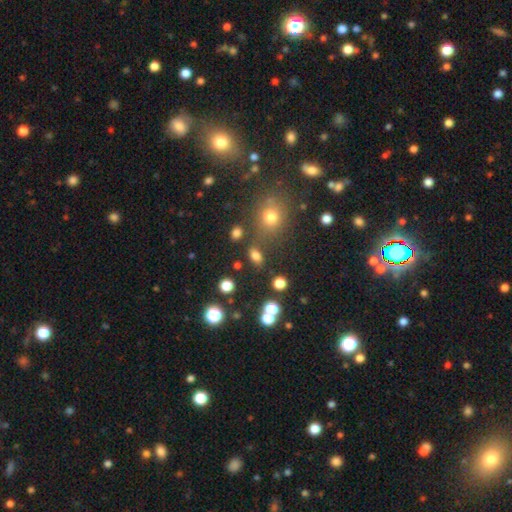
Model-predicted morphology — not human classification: smooth_or_featured: smooth (p=0.76) [alt: star or artifact p=0.16]
how_rounded: in between (p=0.76) [alt: round p=0.21]
merging: none (p=0.73) [alt: minor disturbance p=0.13]